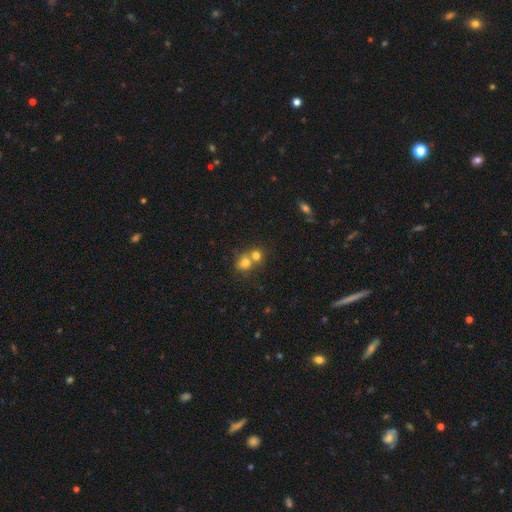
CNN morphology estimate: A smooth galaxy with no disk features (60%) that is round (80%). Merging: merger (50%).